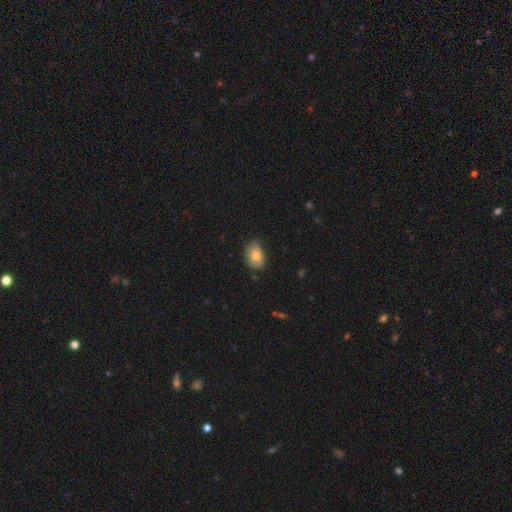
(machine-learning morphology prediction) The model was most divided on "merging": none: 68%, minor disturbance: 27%, major disturbance: 4%, merger: 1%. More confident: how rounded — in between (81%); smooth or featured — smooth (78%).